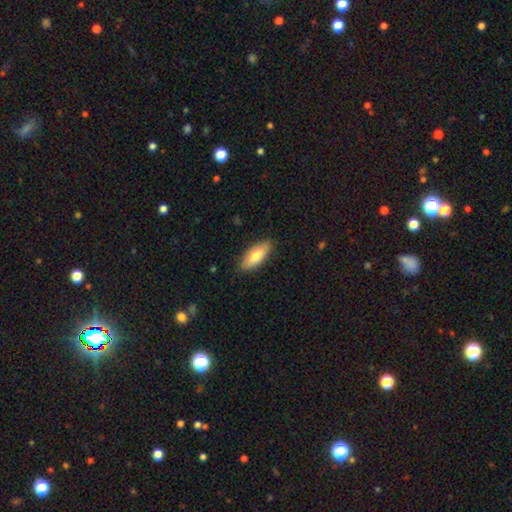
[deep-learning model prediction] The model was most divided on "smooth or featured": smooth: 75%, featured or disk: 20%, star or artifact: 6%. More confident: merging — none (86%); how rounded — in between (78%).